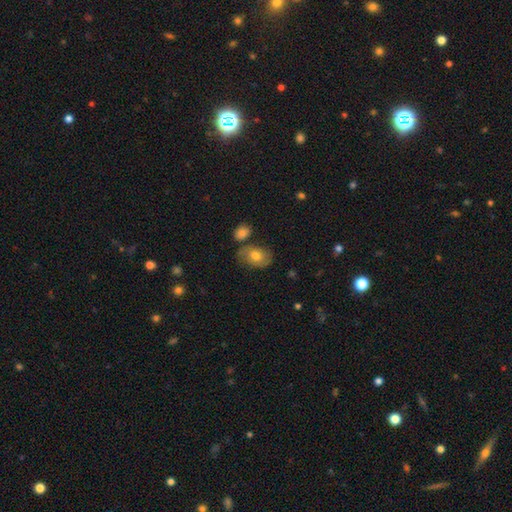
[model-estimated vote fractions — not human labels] This appears to be a smooth galaxy with no disk features (70%) that is in between round and cigar-shaped (80%). Merging: none (63%).